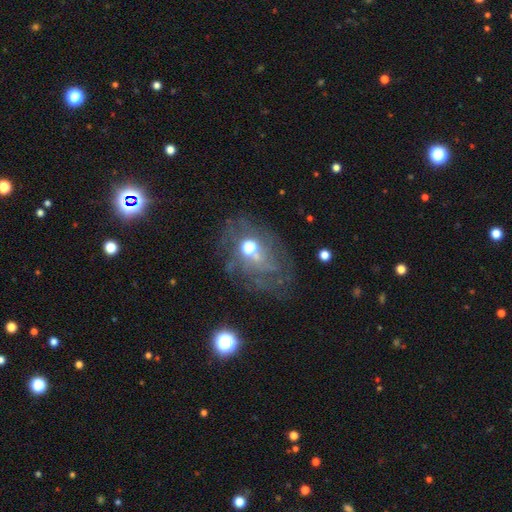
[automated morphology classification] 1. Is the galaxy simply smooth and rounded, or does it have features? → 61% featured or disk, 20% star or artifact, 19% smooth.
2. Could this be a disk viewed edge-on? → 94% no, 6% yes.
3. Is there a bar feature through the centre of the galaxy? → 69% no, 24% weak, 7% strong.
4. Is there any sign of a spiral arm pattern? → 59% yes, 41% no.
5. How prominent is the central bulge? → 64% moderate, 21% small, 10% large, 4% none, 2% dominant.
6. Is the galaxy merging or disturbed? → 58% none, 20% major disturbance, 18% minor disturbance, 4% merger.